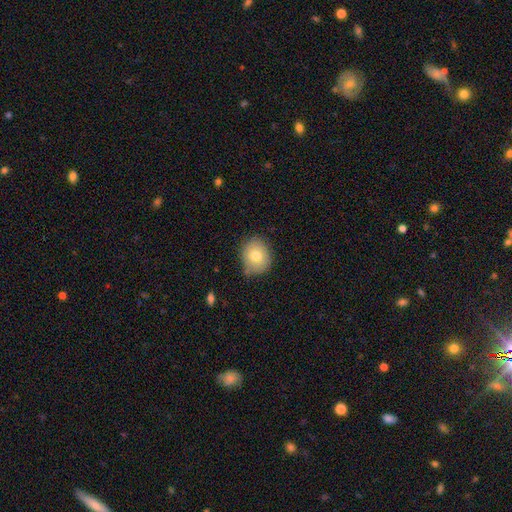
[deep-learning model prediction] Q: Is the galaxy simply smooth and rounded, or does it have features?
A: smooth — 77%.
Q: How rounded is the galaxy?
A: round — 70%.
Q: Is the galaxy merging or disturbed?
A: none — 74%.